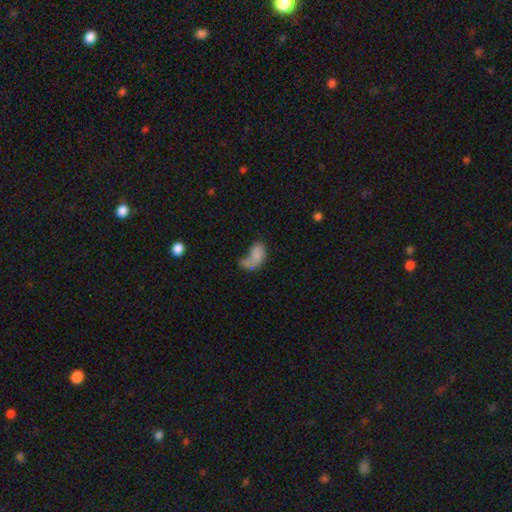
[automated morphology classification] Smooth or featured?
  - smooth: 70% *
  - featured or disk: 20%
  - star or artifact: 10%
How rounded?
  - in between: 89% *
  - round: 9%
  - cigar-shaped: 3%
Merging?
  - major disturbance: 33% *
  - merger: 31%
  - none: 22%
  - minor disturbance: 15%